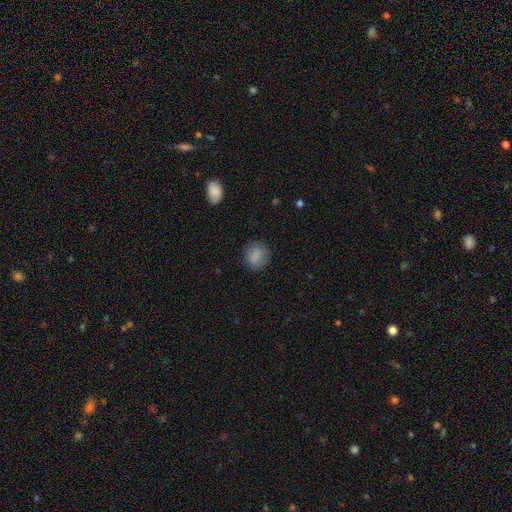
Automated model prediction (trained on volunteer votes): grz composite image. It shows a smooth galaxy with no disk features (84%) that is round (74%). Merging: none (81%).